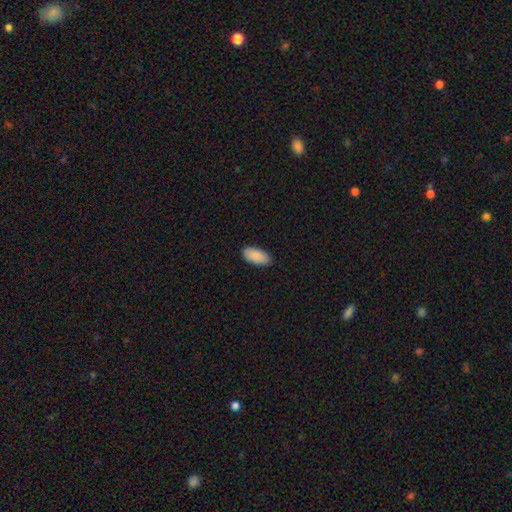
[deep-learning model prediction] A smooth galaxy with no disk features (90%) that is in between round and cigar-shaped (93%).

Vote fractions:
- Smooth or featured? smooth: 90% / star or artifact: 6% / featured or disk: 4%
- How rounded? in between: 93% / cigar-shaped: 5% / round: 2%
- Merging? none: 87% / minor disturbance: 10% / major disturbance: 2% / merger: 1%